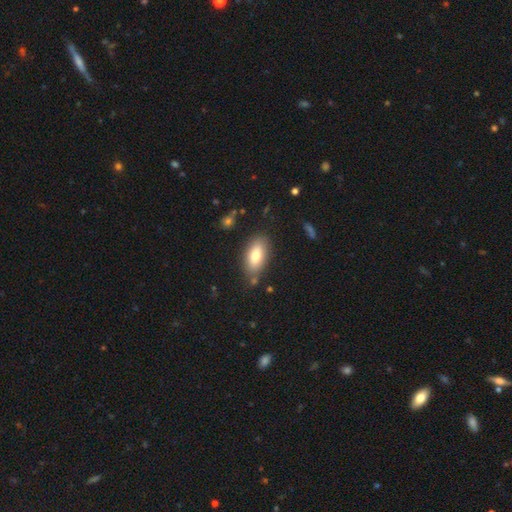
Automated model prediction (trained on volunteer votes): A smooth galaxy with no disk features (78%) that is in between round and cigar-shaped (89%).

Vote fractions:
- Smooth or featured? smooth: 78% / featured or disk: 15% / star or artifact: 7%
- How rounded? in between: 89% / cigar-shaped: 8% / round: 3%
- Merging? none: 79% / minor disturbance: 14% / merger: 4% / major disturbance: 3%